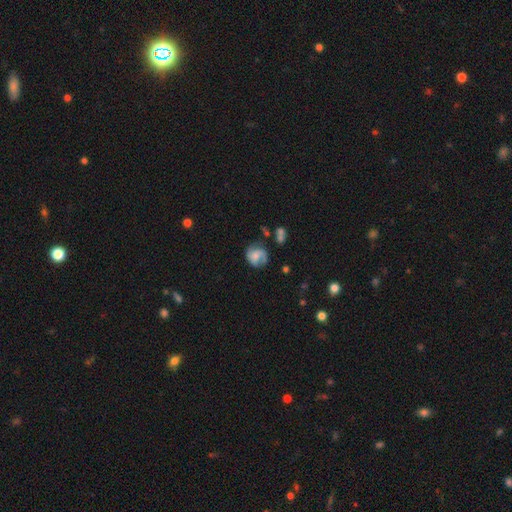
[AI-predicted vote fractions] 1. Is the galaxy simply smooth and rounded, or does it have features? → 61% featured or disk, 31% smooth, 8% star or artifact.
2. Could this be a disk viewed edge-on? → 97% no, 3% yes.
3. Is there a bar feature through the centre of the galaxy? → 58% no, 35% weak, 7% strong.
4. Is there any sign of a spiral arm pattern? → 89% yes, 11% no.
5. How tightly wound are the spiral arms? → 45% medium, 32% tight, 23% loose.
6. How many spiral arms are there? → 70% 2, 11% can't tell, 11% 1, 4% 3, 1% 4, 1% more than 4.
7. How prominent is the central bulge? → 38% moderate, 32% small, 19% none, 10% large, 2% dominant.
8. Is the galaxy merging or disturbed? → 60% none, 23% minor disturbance, 12% major disturbance, 5% merger.